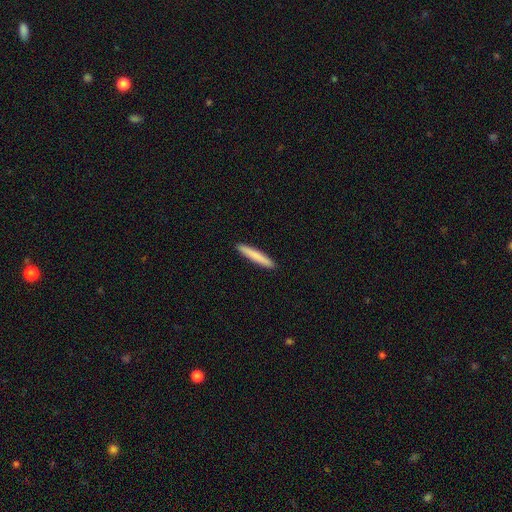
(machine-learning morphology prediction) A smooth galaxy with no disk features (82%) that is cigar-shaped (95%). Merging: none (93%).